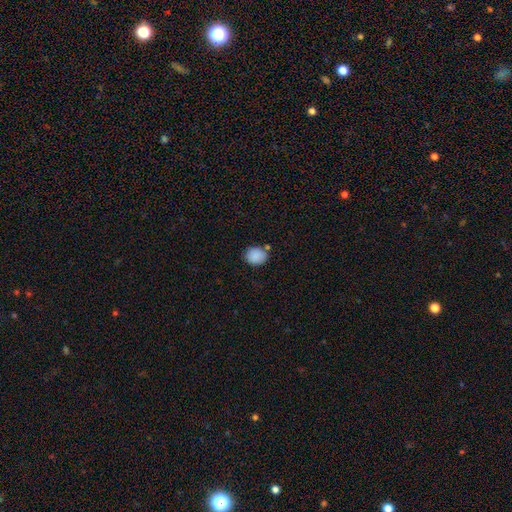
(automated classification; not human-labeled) smooth 89%, star or artifact 8%, featured or disk 3%. Down the decision tree: how rounded — round (57%); merging — none (75%).